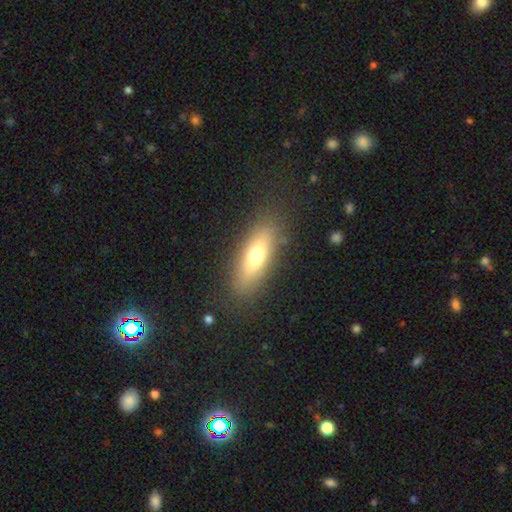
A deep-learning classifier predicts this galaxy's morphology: Q: Smooth or featured?
A: smooth (68%); runner-up: featured or disk (25%)
Q: How rounded?
A: in between (56%); runner-up: cigar-shaped (42%)
Q: Merging?
A: none (84%); runner-up: minor disturbance (11%)